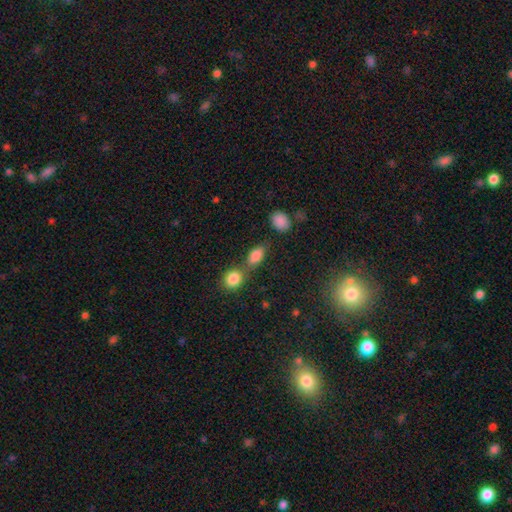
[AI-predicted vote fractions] This appears to be a smooth galaxy with no disk features (83%) that is in between round and cigar-shaped (83%). Merging: none (48%).